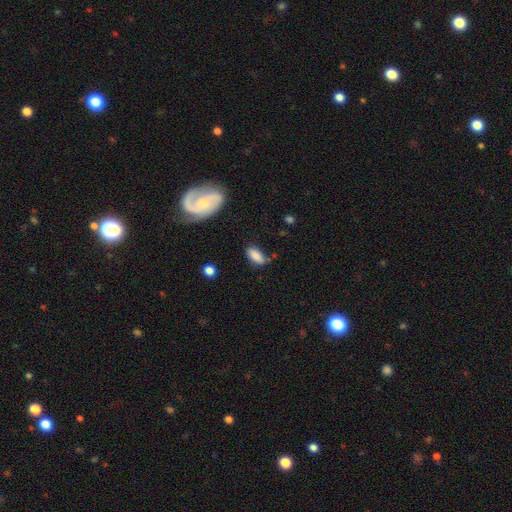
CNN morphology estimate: Overall: smooth (84%). How rounded: in between (86%). Merging: none (69%).